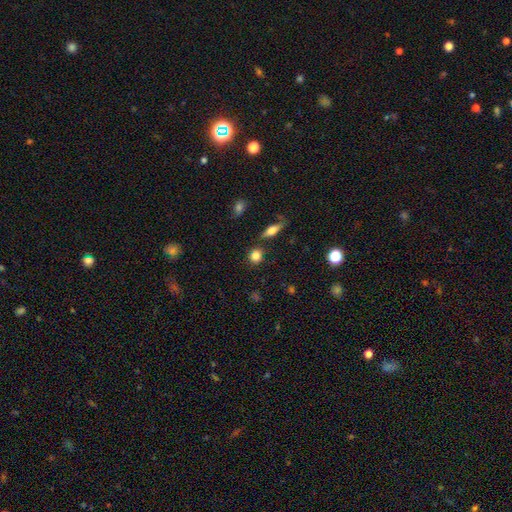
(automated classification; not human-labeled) Overall: smooth (83%). How rounded: round (81%). Merging: none (79%).